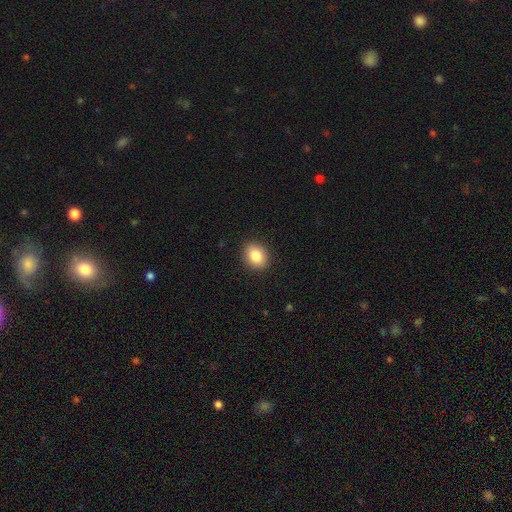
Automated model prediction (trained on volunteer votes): Smooth or featured: smooth — 85% (star or artifact — 9%)
How rounded: in between — 52% (round — 47%)
Merging: none — 91% (minor disturbance — 7%)